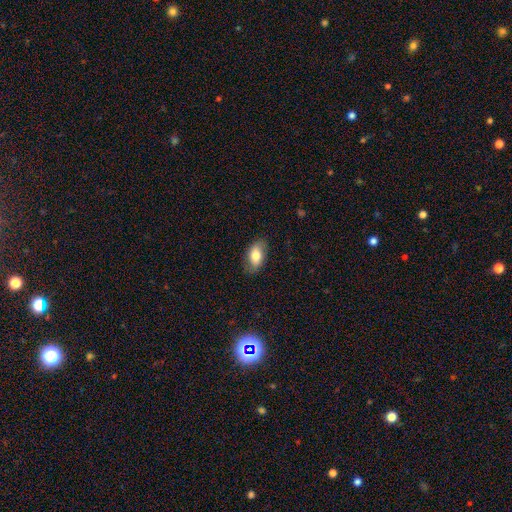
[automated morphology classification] smooth_or_featured: smooth (p=0.76) [alt: featured or disk p=0.17]
how_rounded: in between (p=0.91) [alt: round p=0.05]
merging: none (p=0.82) [alt: minor disturbance p=0.14]